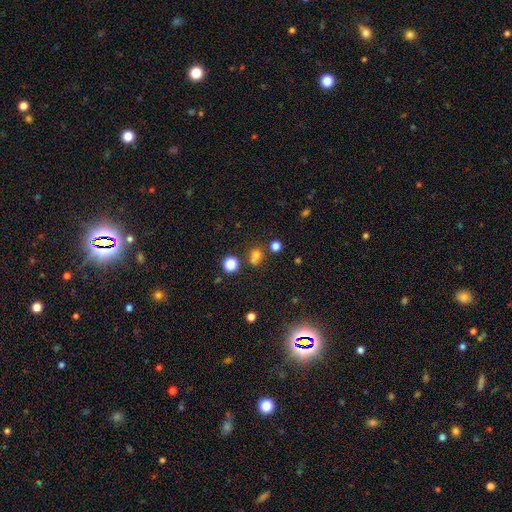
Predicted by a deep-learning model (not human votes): A smooth galaxy with no disk features (70%) that is round (83%).

Vote fractions:
- Smooth or featured? smooth: 70% / star or artifact: 21% / featured or disk: 9%
- How rounded? round: 83% / in between: 16% / cigar-shaped: 1%
- Merging? none: 60% / merger: 26% / minor disturbance: 9% / major disturbance: 4%